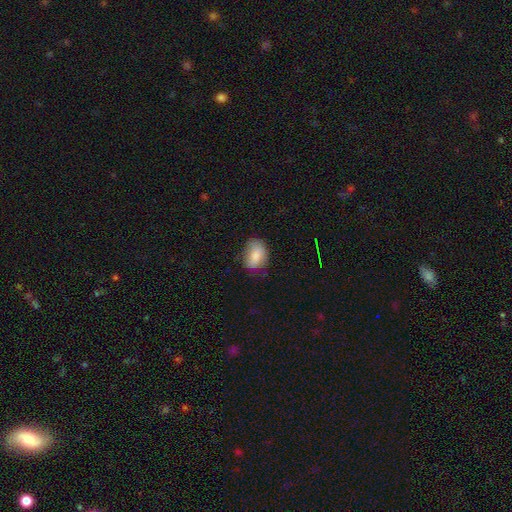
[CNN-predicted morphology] A smooth galaxy with no disk features (80%) that is in between round and cigar-shaped (80%).

Vote fractions:
- Smooth or featured? smooth: 80% / featured or disk: 12% / star or artifact: 8%
- How rounded? in between: 80% / round: 18% / cigar-shaped: 1%
- Merging? none: 63% / minor disturbance: 28% / major disturbance: 8% / merger: 1%